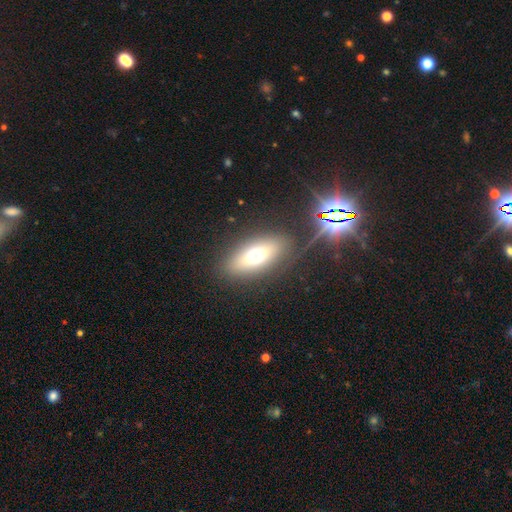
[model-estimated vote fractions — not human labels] Smooth or featured: smooth — 61% (featured or disk — 26%)
How rounded: in between — 74% (cigar-shaped — 19%)
Merging: none — 82% (minor disturbance — 10%)